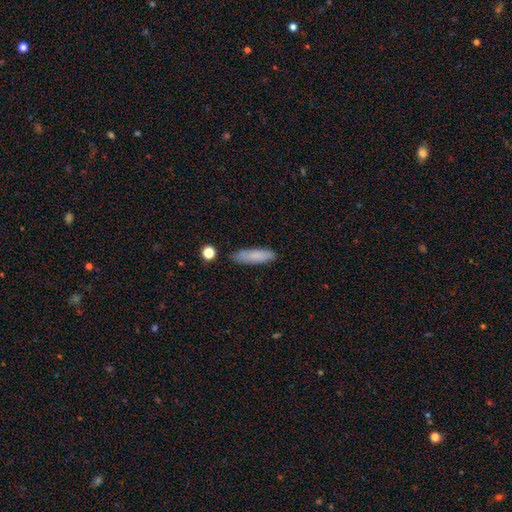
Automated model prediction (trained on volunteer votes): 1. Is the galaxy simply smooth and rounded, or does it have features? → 82% smooth, 11% featured or disk, 7% star or artifact.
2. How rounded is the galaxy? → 64% cigar-shaped, 35% in between, 2% round.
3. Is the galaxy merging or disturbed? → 81% none, 13% minor disturbance, 3% merger, 3% major disturbance.